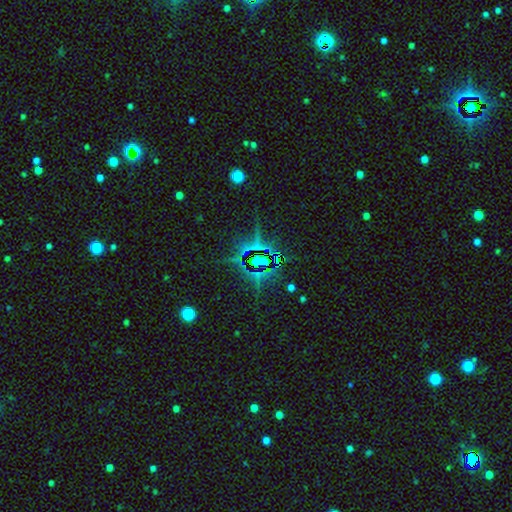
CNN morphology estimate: This is likely a star or artifact rather than a galaxy (79%).